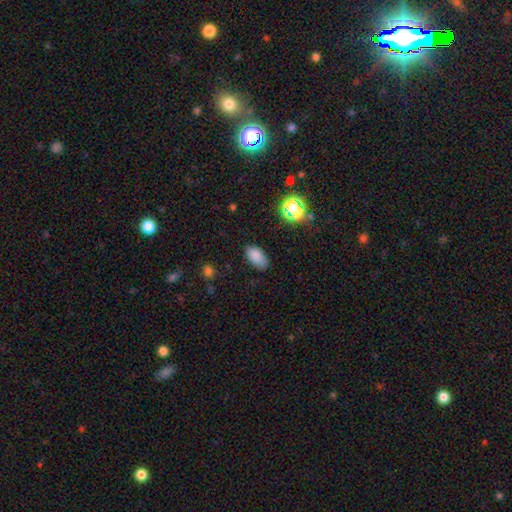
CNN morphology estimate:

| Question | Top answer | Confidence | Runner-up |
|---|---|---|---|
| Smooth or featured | smooth | 83% | star or artifact (12%) |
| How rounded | in between | 92% | round (5%) |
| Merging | none | 78% | minor disturbance (17%) |